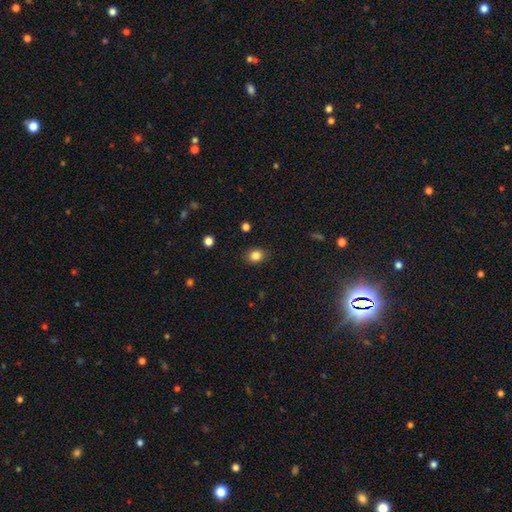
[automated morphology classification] Smooth or featured? Predicted: smooth (p=0.84). How rounded? Predicted: round (p=0.56). Merging? Predicted: none (p=0.86).